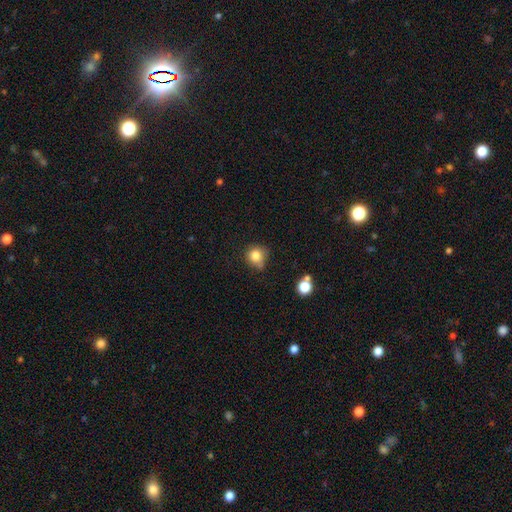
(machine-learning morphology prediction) Smooth or featured? Predicted: smooth (p=0.81). How rounded? Predicted: round (p=0.86). Merging? Predicted: none (p=0.60).